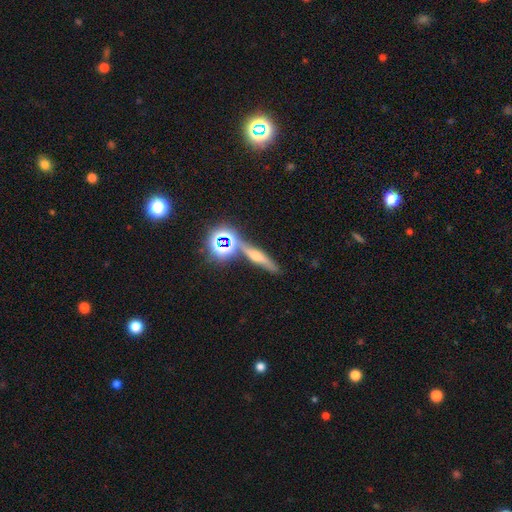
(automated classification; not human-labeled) This appears to be a featured or disk galaxy (47%). Merging: none (78%).